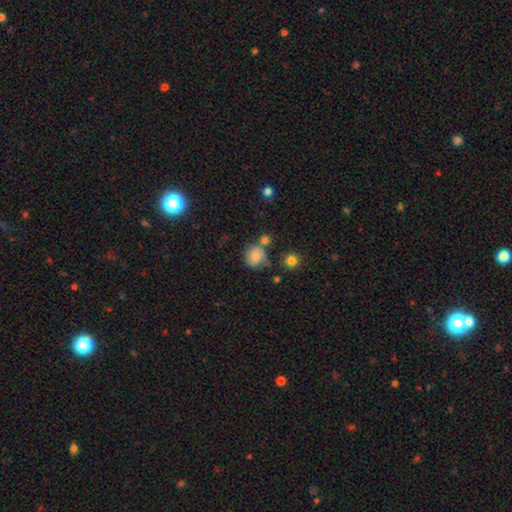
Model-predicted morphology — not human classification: smooth-or-featured: smooth: 73% | featured or disk: 16% | star or artifact: 11%
  how-rounded: round: 75% | in between: 24% | cigar-shaped: 1%
  merging: none: 50% | minor disturbance: 22% | merger: 18% | major disturbance: 10%